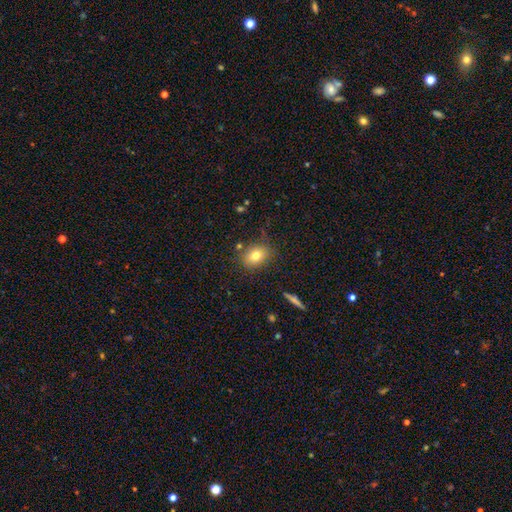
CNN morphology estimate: Smooth or featured?
  - smooth: 76% *
  - featured or disk: 12%
  - star or artifact: 12%
How rounded?
  - in between: 53% *
  - round: 46%
  - cigar-shaped: 2%
Merging?
  - none: 80% *
  - minor disturbance: 13%
  - major disturbance: 4%
  - merger: 3%